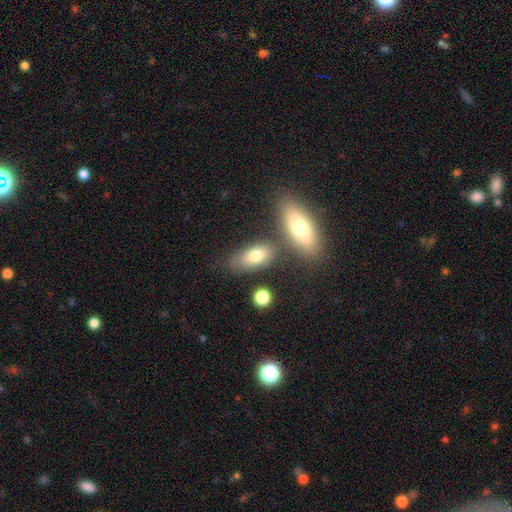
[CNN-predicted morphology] smooth_or_featured: smooth (p=0.75) [alt: featured or disk p=0.17]
how_rounded: in between (p=0.85) [alt: cigar-shaped p=0.08]
merging: none (p=0.63) [alt: merger p=0.18]